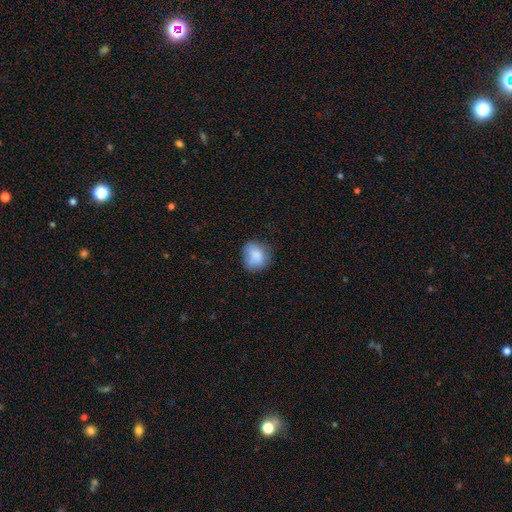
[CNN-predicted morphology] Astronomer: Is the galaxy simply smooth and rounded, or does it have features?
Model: smooth — 78%.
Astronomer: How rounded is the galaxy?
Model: round — 65%.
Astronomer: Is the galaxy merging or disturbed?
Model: none — 60%.